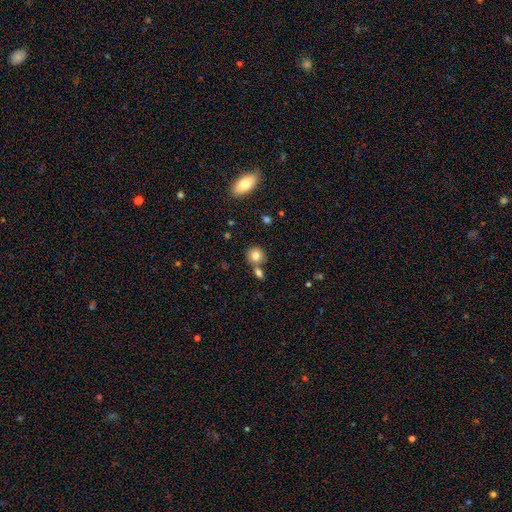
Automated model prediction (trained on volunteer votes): A smooth galaxy with no disk features (81%) that is round (83%).

Vote fractions:
- Smooth or featured? smooth: 81% / star or artifact: 10% / featured or disk: 9%
- How rounded? round: 83% / in between: 16% / cigar-shaped: 1%
- Merging? none: 63% / merger: 25% / minor disturbance: 9% / major disturbance: 3%